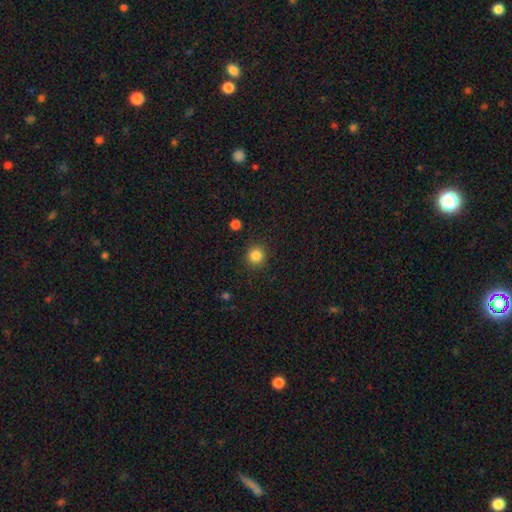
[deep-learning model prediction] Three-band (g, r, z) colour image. It shows a smooth galaxy with no disk features (84%) that is round (93%). Merging: none (91%).